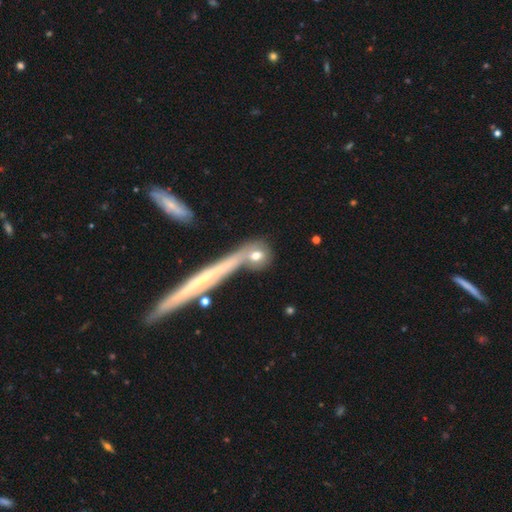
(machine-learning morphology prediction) Smooth or featured: smooth — 67% (featured or disk — 23%)
How rounded: round — 64% (in between — 19%)
Merging: none — 52% (merger — 28%)